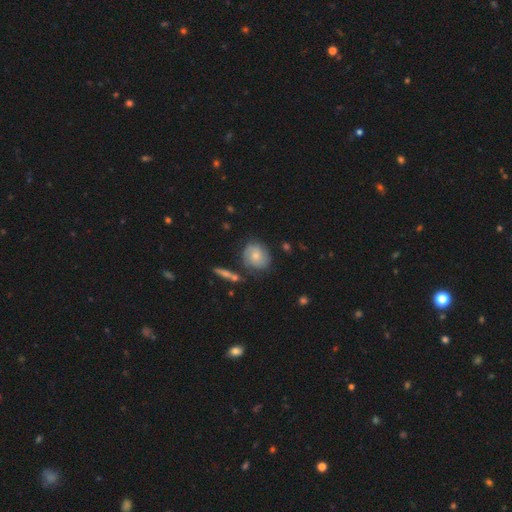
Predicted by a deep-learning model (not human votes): A featured or disk galaxy (50%).

Vote fractions:
- Smooth or featured? featured or disk: 50% / smooth: 42% / star or artifact: 8%
- Edge-on disk? no: 95% / yes: 5%
- Merging? none: 70% / minor disturbance: 18% / merger: 6% / major disturbance: 6%